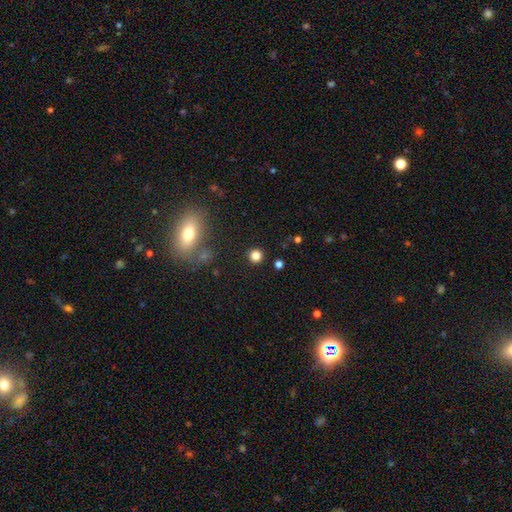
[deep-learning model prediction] Morphology: type=smooth (81%); roundness=round (92%); merging=none (90%).